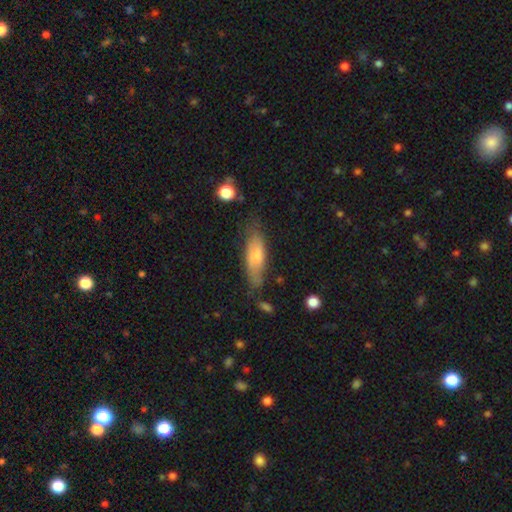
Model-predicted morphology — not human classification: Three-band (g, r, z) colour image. It shows a smooth galaxy with no disk features (66%) that is in between round and cigar-shaped (56%). Merging: none (63%).